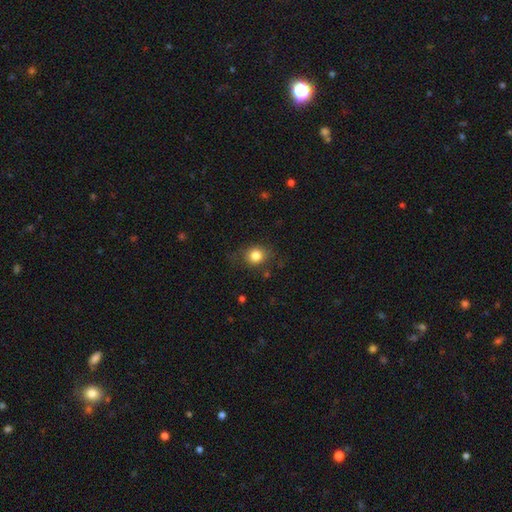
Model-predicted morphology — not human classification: A smooth galaxy with no disk features (82%) that is round (71%). Merging: none (77%).